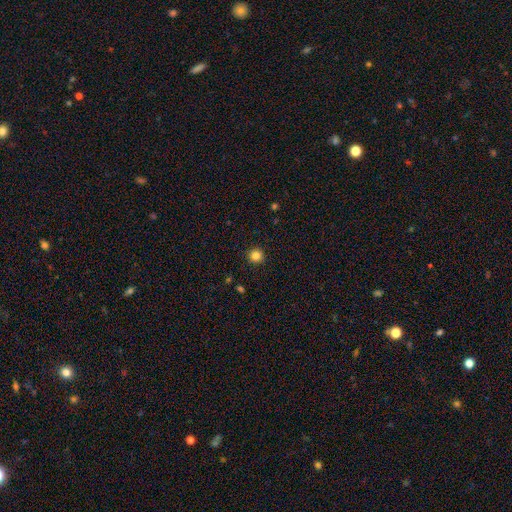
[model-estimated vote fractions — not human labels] smooth-or-featured: smooth: 83% | star or artifact: 12% | featured or disk: 5%
  how-rounded: round: 92% | in between: 7% | cigar-shaped: 1%
  merging: none: 92% | minor disturbance: 5% | major disturbance: 2% | merger: 1%